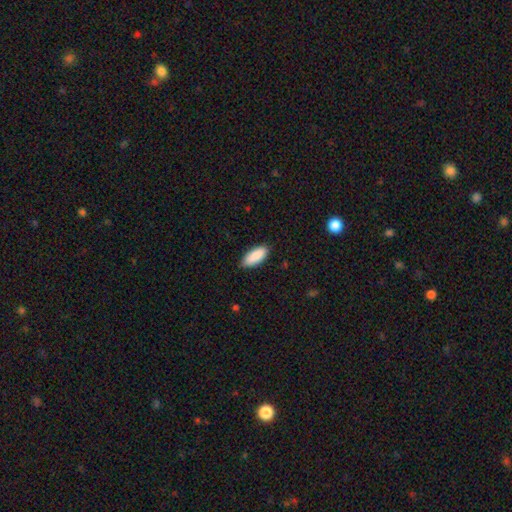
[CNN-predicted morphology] A smooth galaxy with no disk features (89%) that is in between round and cigar-shaped (85%).

Vote fractions:
- Smooth or featured? smooth: 89% / star or artifact: 6% / featured or disk: 5%
- How rounded? in between: 85% / cigar-shaped: 14% / round: 2%
- Merging? none: 85% / minor disturbance: 12% / major disturbance: 2% / merger: 1%